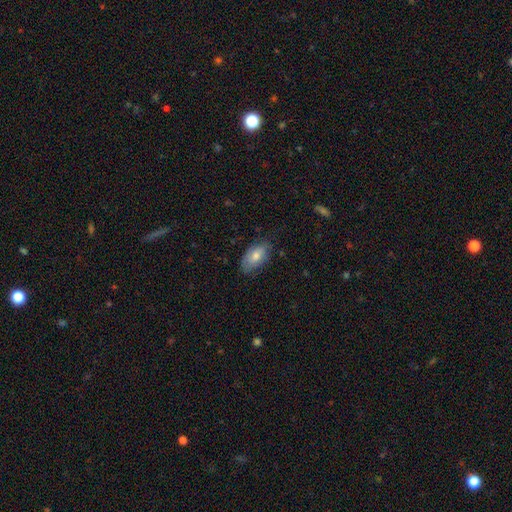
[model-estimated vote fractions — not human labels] A smooth galaxy with no disk features (68%) that is in between round and cigar-shaped (92%). Merging: none (72%).